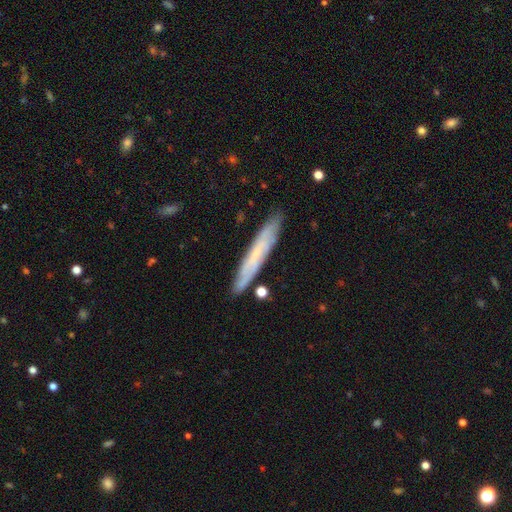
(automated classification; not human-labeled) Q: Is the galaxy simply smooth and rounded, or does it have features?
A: smooth — 47%.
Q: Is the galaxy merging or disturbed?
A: none — 85%.